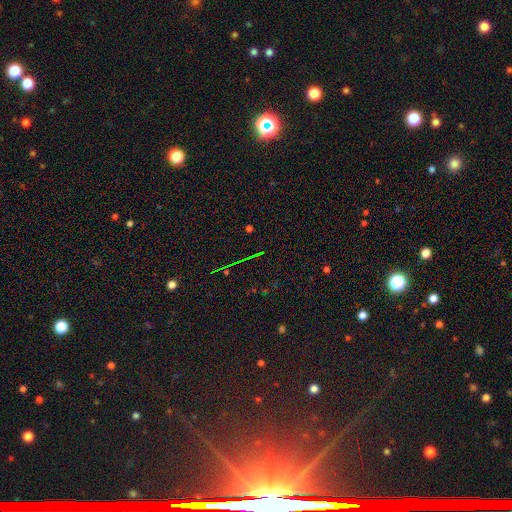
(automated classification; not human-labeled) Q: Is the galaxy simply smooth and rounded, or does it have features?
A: star or artifact — 75%.